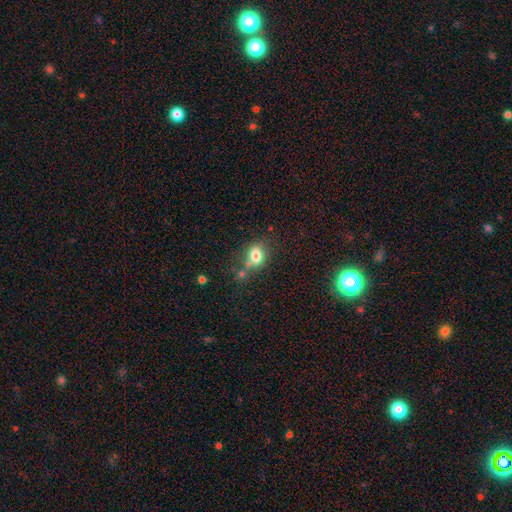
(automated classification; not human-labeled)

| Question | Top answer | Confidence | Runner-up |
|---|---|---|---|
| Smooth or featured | smooth | 78% | featured or disk (11%) |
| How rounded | in between | 65% | round (34%) |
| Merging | none | 51% | merger (23%) |